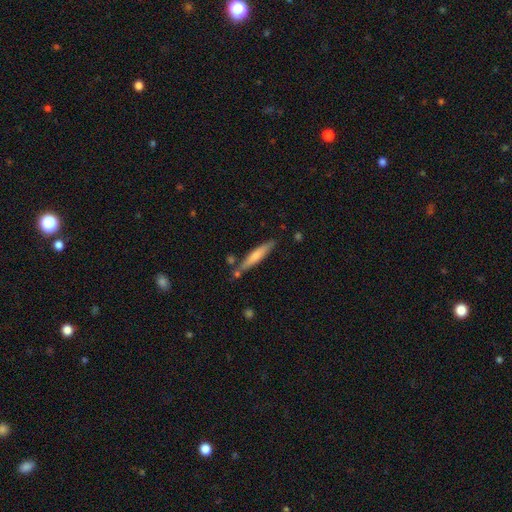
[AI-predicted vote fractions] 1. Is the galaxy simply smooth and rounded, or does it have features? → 62% smooth, 32% featured or disk, 6% star or artifact.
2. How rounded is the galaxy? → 91% cigar-shaped, 8% in between, 1% round.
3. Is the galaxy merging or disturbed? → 78% none, 13% minor disturbance, 6% merger, 3% major disturbance.